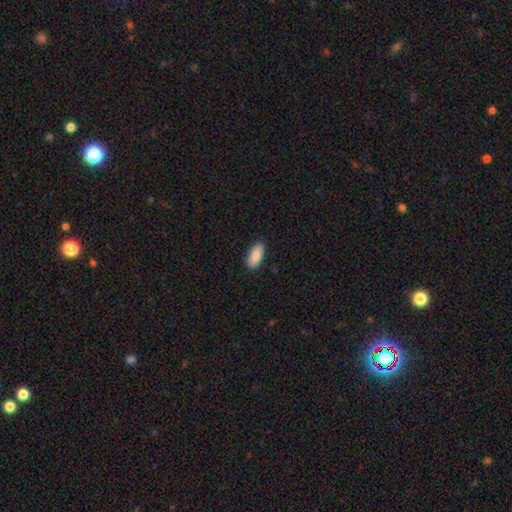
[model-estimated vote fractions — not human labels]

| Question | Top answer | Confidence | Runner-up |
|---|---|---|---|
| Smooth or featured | smooth | 90% | star or artifact (6%) |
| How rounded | in between | 86% | cigar-shaped (12%) |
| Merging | none | 87% | minor disturbance (10%) |